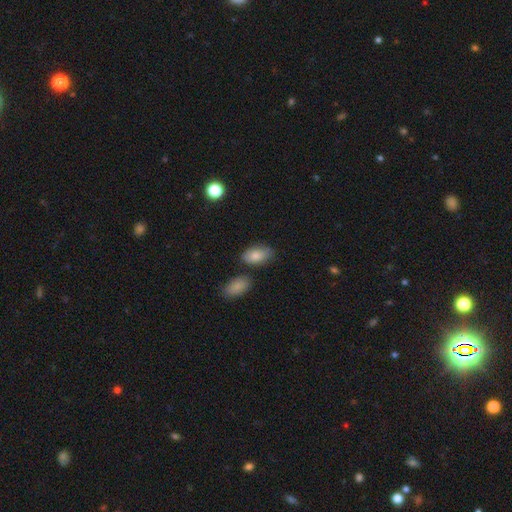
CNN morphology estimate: smooth_or_featured: smooth (p=0.83) [alt: featured or disk p=0.10]
how_rounded: in between (p=0.93) [alt: round p=0.05]
merging: none (p=0.73) [alt: minor disturbance p=0.15]